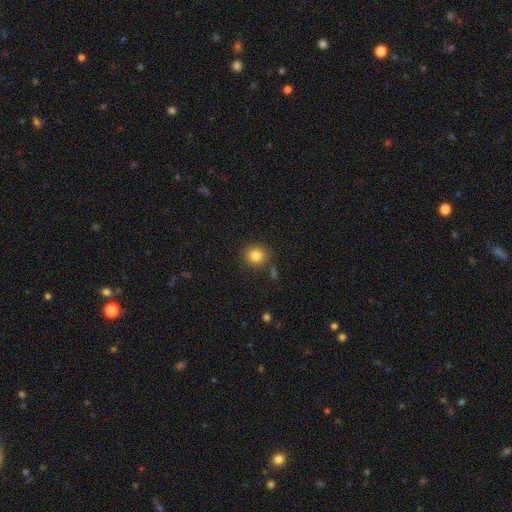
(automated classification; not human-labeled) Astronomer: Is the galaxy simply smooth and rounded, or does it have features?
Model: smooth — 83%.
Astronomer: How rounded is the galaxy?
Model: round — 87%.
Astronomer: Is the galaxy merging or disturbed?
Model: none — 84%.